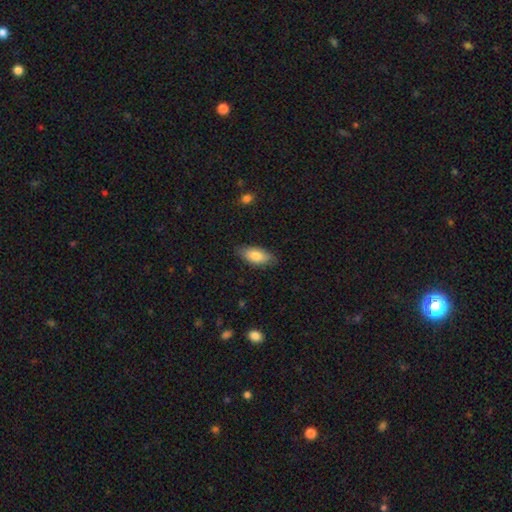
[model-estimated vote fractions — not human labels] This is clearly a smooth galaxy (82%). How rounded: clearly in between (86%). Merging: clearly none (82%).